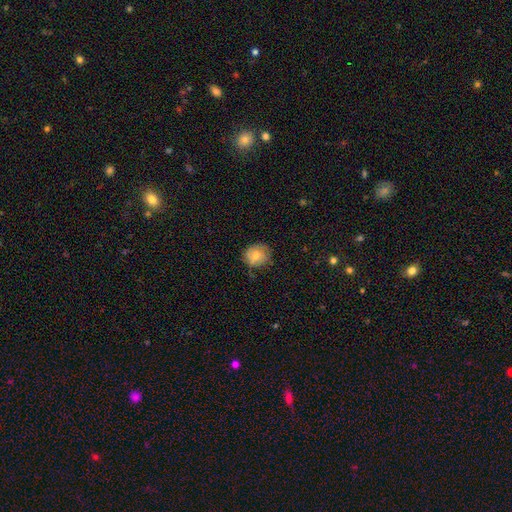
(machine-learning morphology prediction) A smooth galaxy with no disk features (62%) that is round (74%). Merging: none (67%).